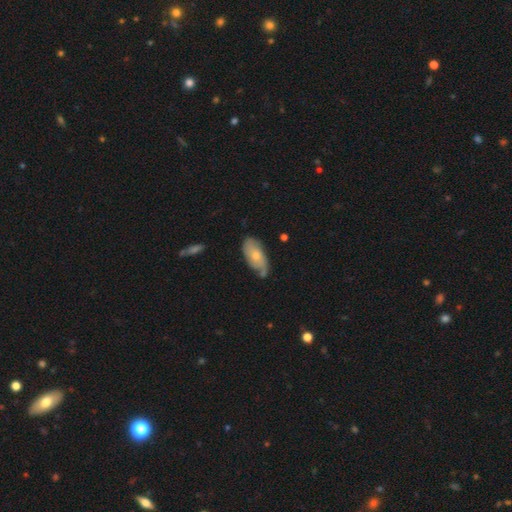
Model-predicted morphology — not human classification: Q: Smooth or featured?
A: smooth (53%); runner-up: featured or disk (41%)
Q: How rounded?
A: in between (90%); runner-up: cigar-shaped (7%)
Q: Merging?
A: none (56%); runner-up: minor disturbance (31%)